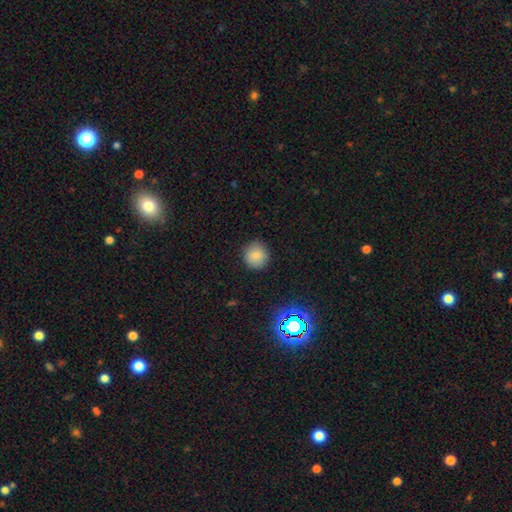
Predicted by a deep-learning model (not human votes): Q: Smooth or featured?
A: smooth (83%); runner-up: star or artifact (11%)
Q: How rounded?
A: round (90%); runner-up: in between (9%)
Q: Merging?
A: none (88%); runner-up: minor disturbance (8%)